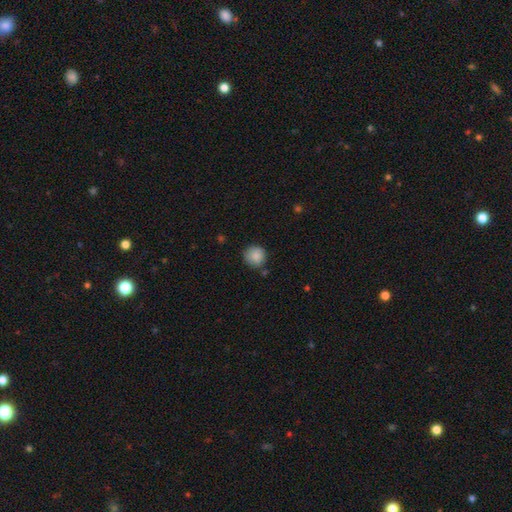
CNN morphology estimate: Overall: smooth (86%). How rounded: round (93%). Merging: none (81%).